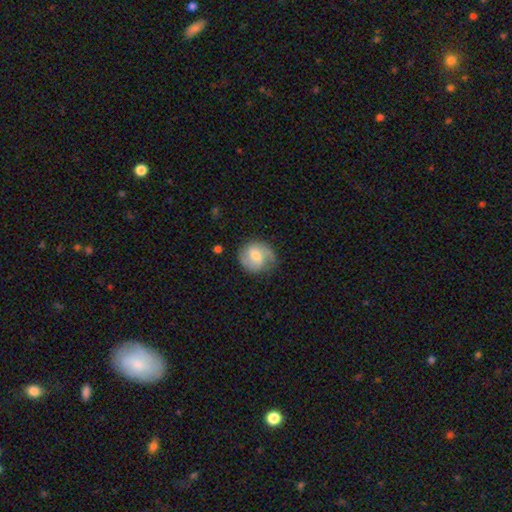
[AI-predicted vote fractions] Smooth or featured? Predicted: featured or disk (p=0.58). Edge-on disk? Predicted: no (p=0.97). Bar? Predicted: weak (p=0.52). Spiral arms? Predicted: yes (p=0.89). Spiral winding? Predicted: medium (p=0.47). Spiral arm count? Predicted: 2 (p=0.74). Bulge size? Predicted: moderate (p=0.52). Merging? Predicted: none (p=0.67).